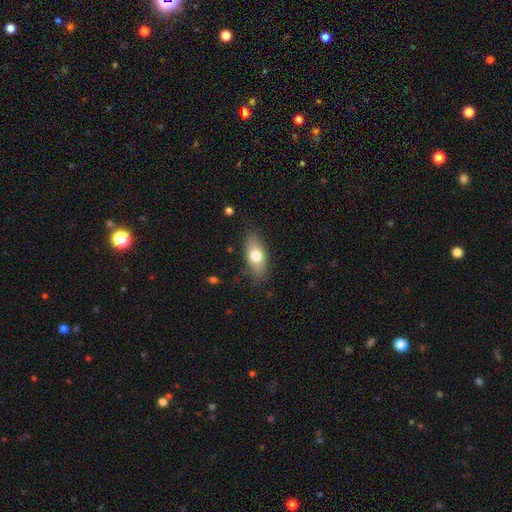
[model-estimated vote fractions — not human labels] Smooth or featured? Predicted: smooth (p=0.74). How rounded? Predicted: in between (p=0.84). Merging? Predicted: none (p=0.83).